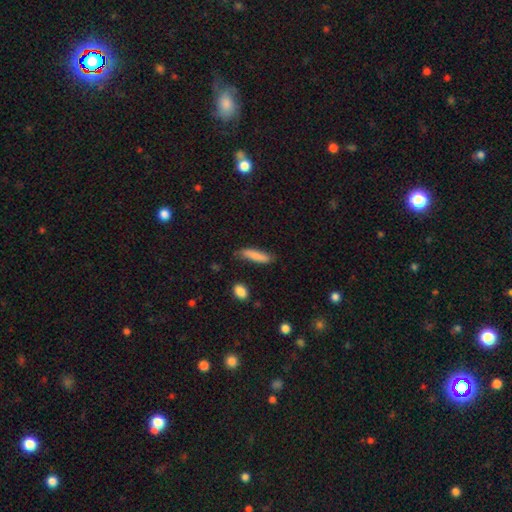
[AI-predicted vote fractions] Smooth or featured: smooth — 84% (featured or disk — 9%)
How rounded: cigar-shaped — 79% (in between — 20%)
Merging: none — 78% (minor disturbance — 16%)